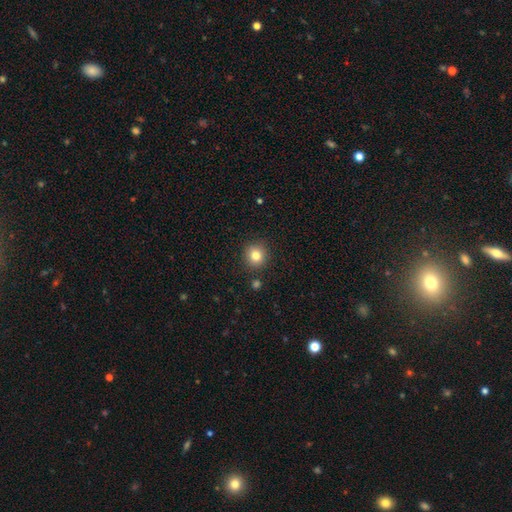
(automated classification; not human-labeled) Overall: smooth (81%). How rounded: round (89%). Merging: none (88%).